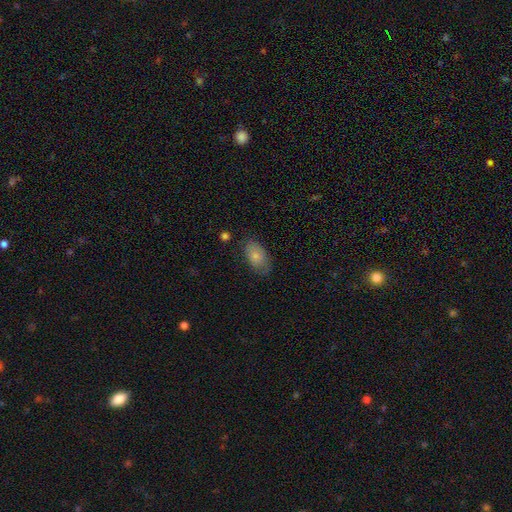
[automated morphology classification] Smooth or featured?
  - smooth: 78% *
  - featured or disk: 15%
  - star or artifact: 7%
How rounded?
  - in between: 92% *
  - round: 5%
  - cigar-shaped: 2%
Merging?
  - none: 70% *
  - minor disturbance: 22%
  - major disturbance: 6%
  - merger: 2%